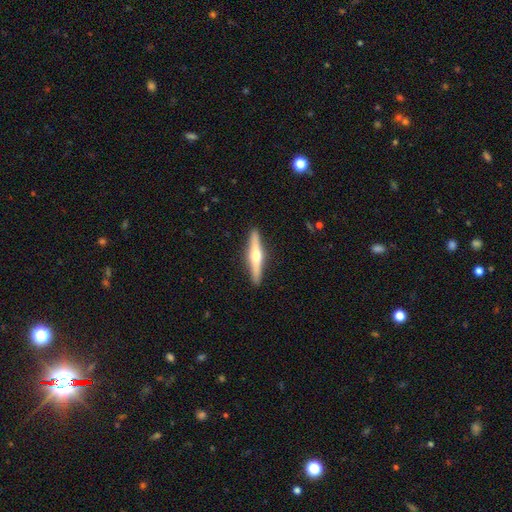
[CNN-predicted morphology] type=featured or disk (67%); edge-on=yes (97%); edge-on bulge=rounded (94%); merging=none (92%).